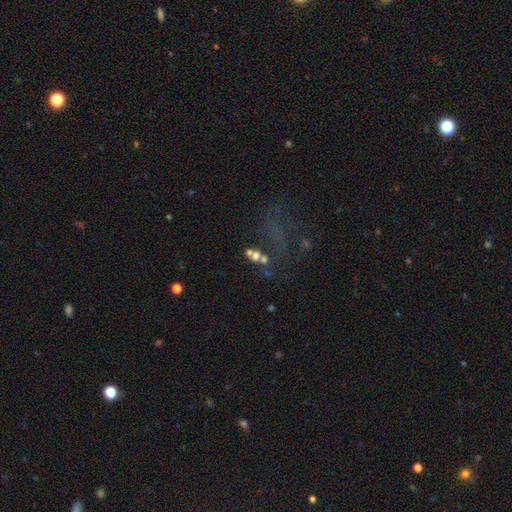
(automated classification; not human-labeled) Overall: smooth (49%; star or artifact 28%). Merging: merger (44%; none 31%).